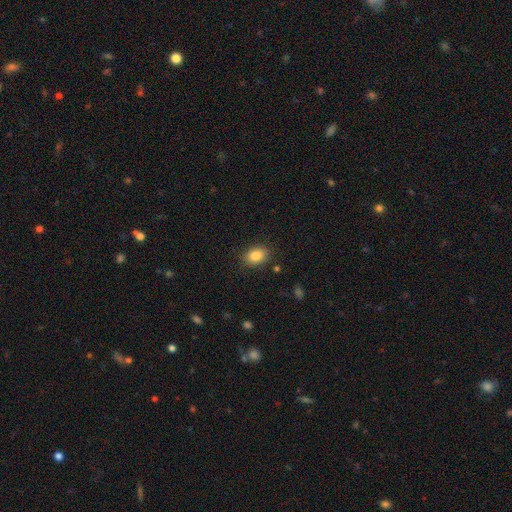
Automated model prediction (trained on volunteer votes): Smooth or featured? Predicted: smooth (p=0.85). How rounded? Predicted: in between (p=0.78). Merging? Predicted: none (p=0.86).